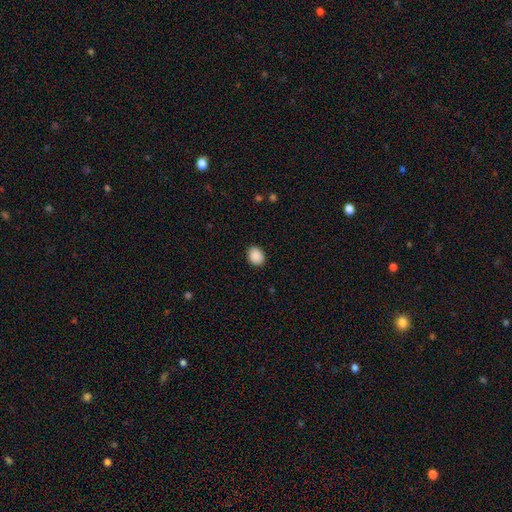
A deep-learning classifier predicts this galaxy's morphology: The model was most divided on "how rounded": in between: 51%, round: 48%, cigar-shaped: 1%. More confident: smooth or featured — smooth (90%); merging — none (89%).